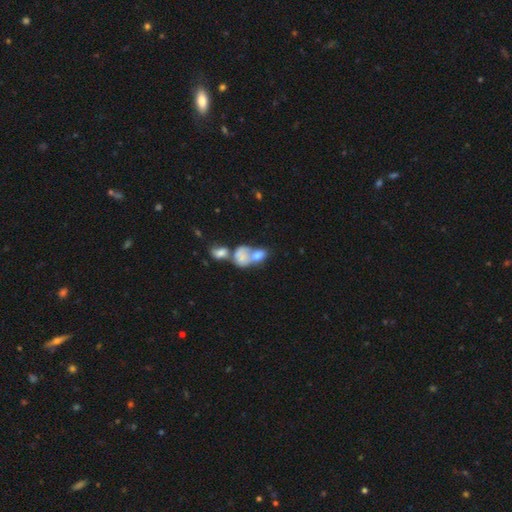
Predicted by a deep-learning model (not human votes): Smooth or featured?
  - smooth: 57% *
  - featured or disk: 29%
  - star or artifact: 14%
How rounded?
  - in between: 71% *
  - round: 27%
  - cigar-shaped: 3%
Merging?
  - merger: 69% *
  - none: 15%
  - major disturbance: 9%
  - minor disturbance: 7%